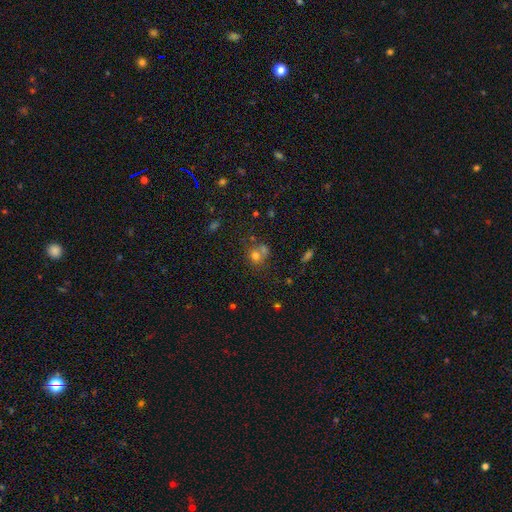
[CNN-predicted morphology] smooth-or-featured: smooth: 69% | star or artifact: 17% | featured or disk: 14%
  how-rounded: round: 78% | in between: 21% | cigar-shaped: 1%
  merging: none: 43% | merger: 42% | minor disturbance: 10% | major disturbance: 5%